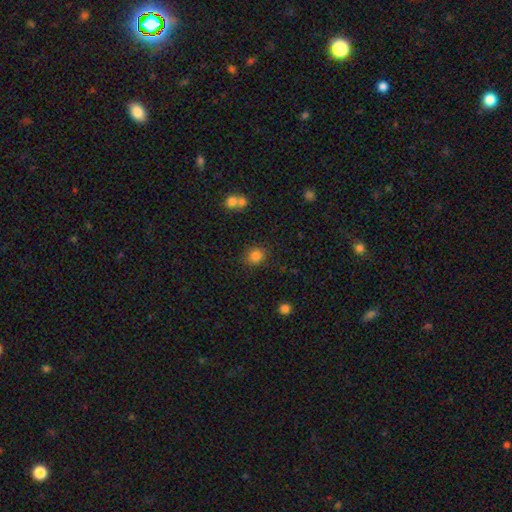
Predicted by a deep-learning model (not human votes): Smooth or featured? smooth (83%)
How rounded? round (76%)
Merging? none (84%)